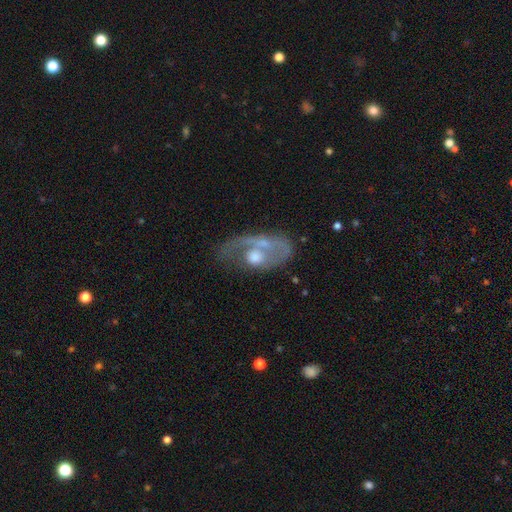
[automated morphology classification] This is likely a featured or disk galaxy (67%). It is clearly not viewed edge-on (94%). Bar: clearly no (83%). Spiral arm pattern: possibly yes (54%). Central bulge: possibly moderate (57%). Merging: marginally major disturbance (36%).